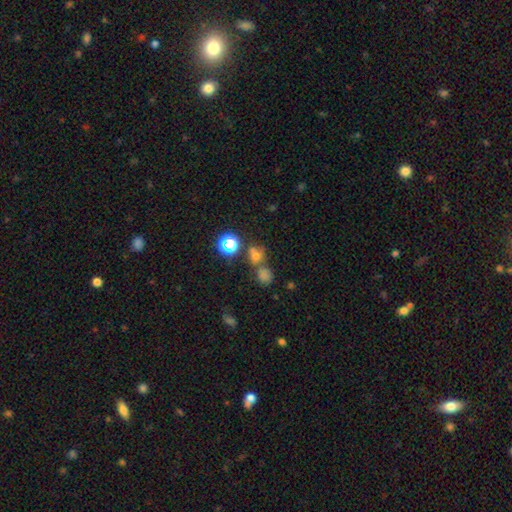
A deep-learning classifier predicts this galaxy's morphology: type=smooth (54%); roundness=round (76%); merging=none (54%).